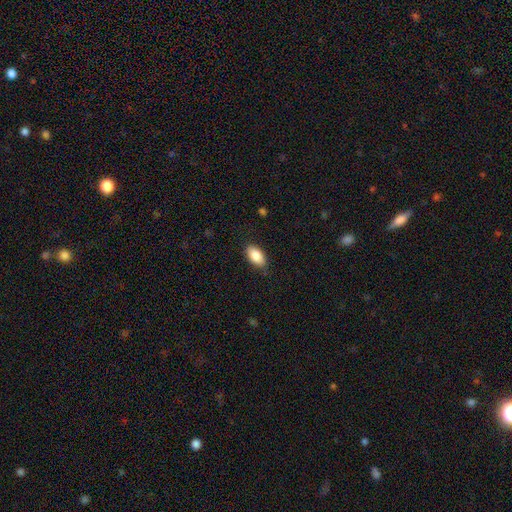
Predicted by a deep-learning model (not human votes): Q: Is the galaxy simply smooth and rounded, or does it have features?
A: smooth — 87%.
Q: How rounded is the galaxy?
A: in between — 93%.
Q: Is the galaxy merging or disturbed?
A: none — 85%.